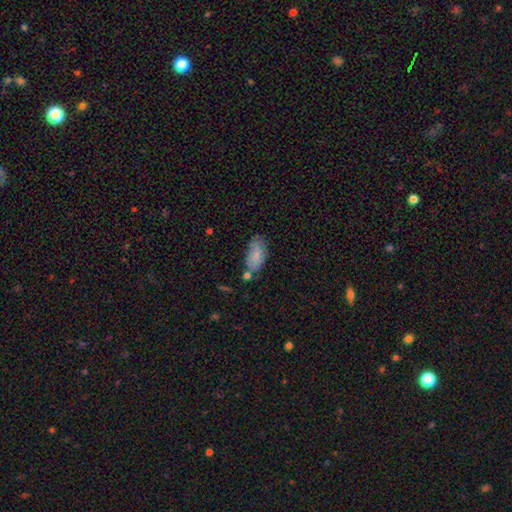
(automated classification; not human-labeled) Smooth or featured? smooth (77%)
How rounded? in between (91%)
Merging? none (62%)